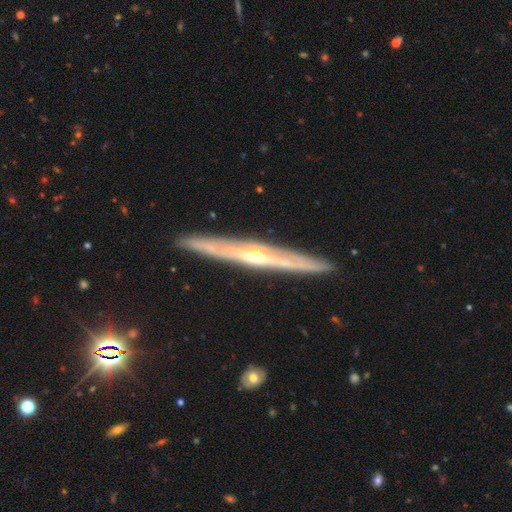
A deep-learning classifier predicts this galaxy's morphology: The model was most divided on "edge-on bulge": rounded: 75%, none: 22%, boxy: 3%. More confident: edge-on disk — yes (95%); merging — none (90%); smooth or featured — featured or disk (80%).